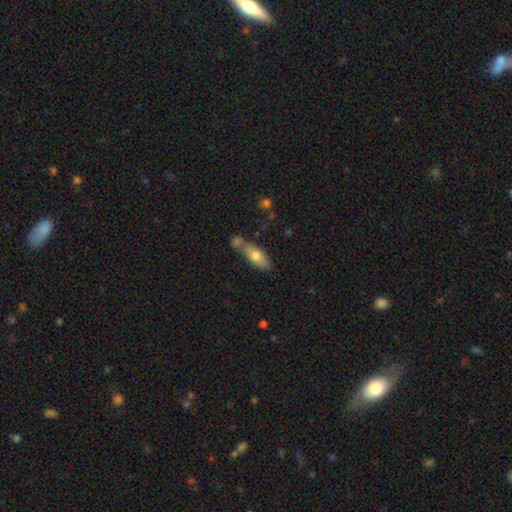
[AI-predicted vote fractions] This is likely a smooth galaxy (71%). How rounded: likely in between (76%). Merging: possibly none (47%).